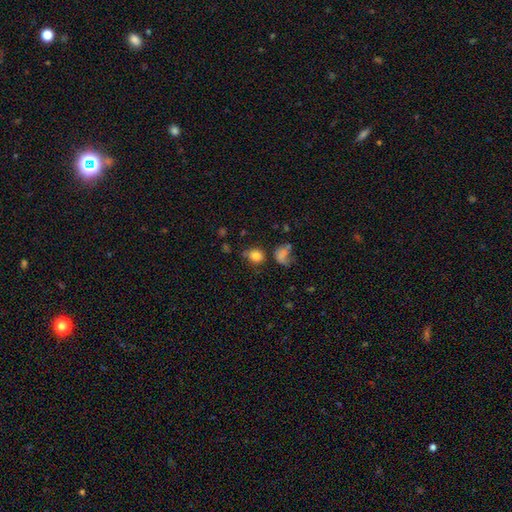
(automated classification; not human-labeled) This appears to be a smooth galaxy with no disk features (80%) that is round (67%). Merging: none (55%).